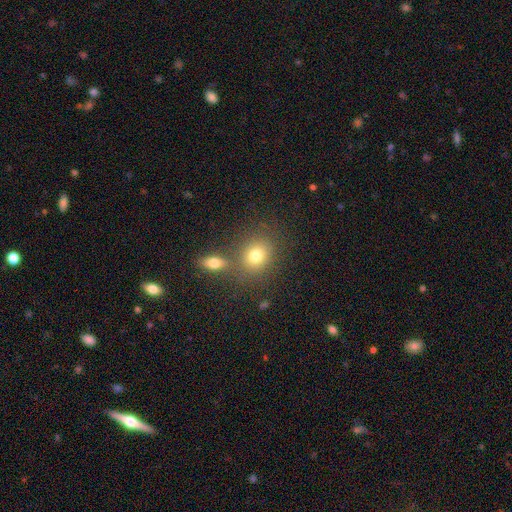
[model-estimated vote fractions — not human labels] This is likely a smooth galaxy (78%). How rounded: likely round (63%). Merging: likely none (65%).